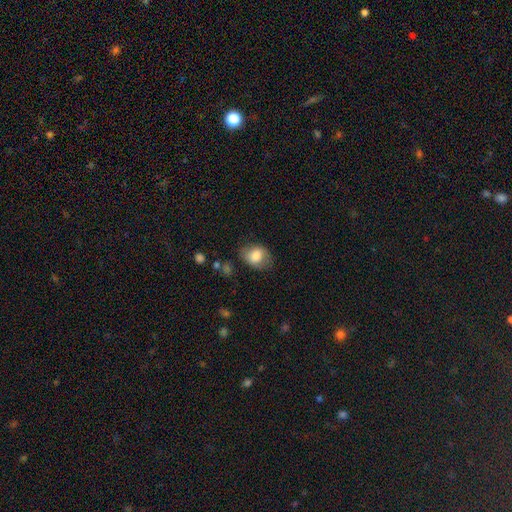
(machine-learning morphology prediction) The model was most divided on "how rounded": in between: 68%, round: 31%, cigar-shaped: 1%. More confident: smooth or featured — smooth (78%); merging — none (69%).